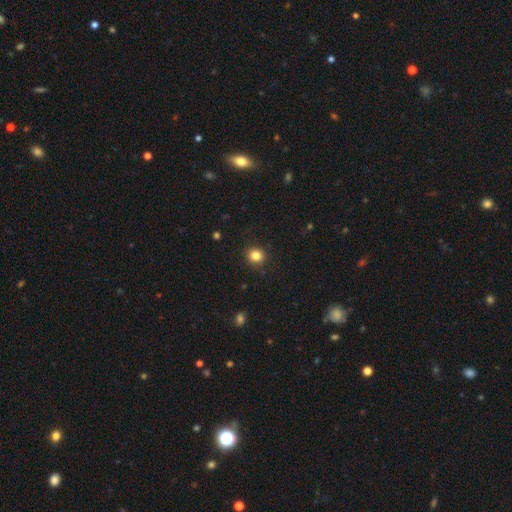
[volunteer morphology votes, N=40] smooth_or_featured: smooth (p=0.88) [alt: star or artifact p=0.10]
how_rounded: round (p=0.83) [alt: in between p=0.17]
merging: none (p=0.83) [alt: minor disturbance p=0.17]